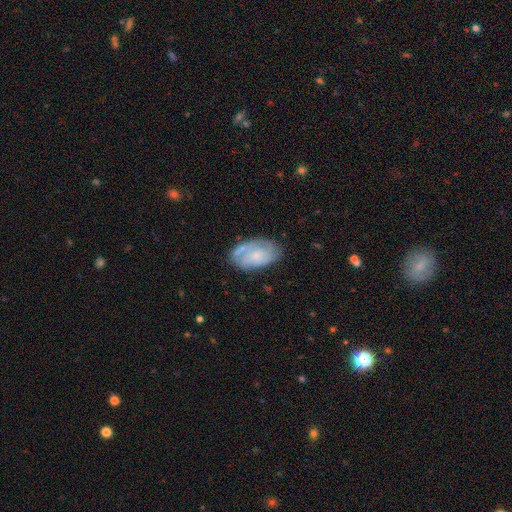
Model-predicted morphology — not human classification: smooth_or_featured: featured or disk (p=0.53) [alt: smooth p=0.39]
disk_edge_on: no (p=0.95) [alt: yes p=0.05]
bar: no (p=0.74) [alt: weak p=0.22]
has_spiral_arms: yes (p=0.72) [alt: no p=0.28]
bulge_size: small (p=0.58) [alt: moderate p=0.25]
merging: none (p=0.64) [alt: minor disturbance p=0.23]